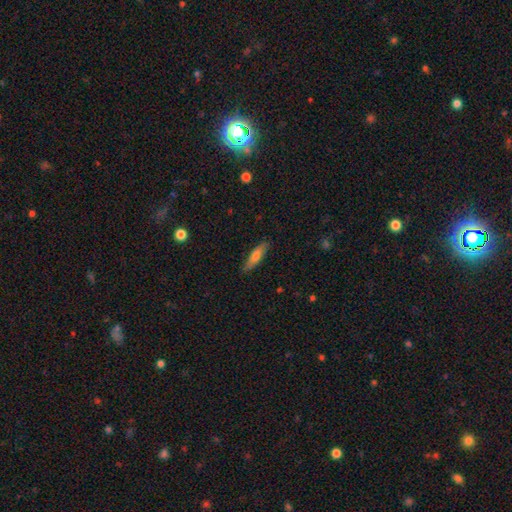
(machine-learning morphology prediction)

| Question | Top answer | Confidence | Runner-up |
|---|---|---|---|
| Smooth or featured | smooth | 70% | featured or disk (24%) |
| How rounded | cigar-shaped | 72% | in between (26%) |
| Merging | none | 84% | minor disturbance (12%) |